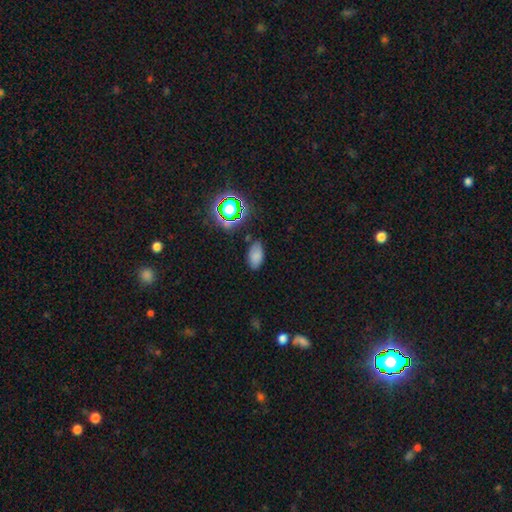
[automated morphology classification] Overall: smooth (75%). How rounded: in between (93%). Merging: none (79%).